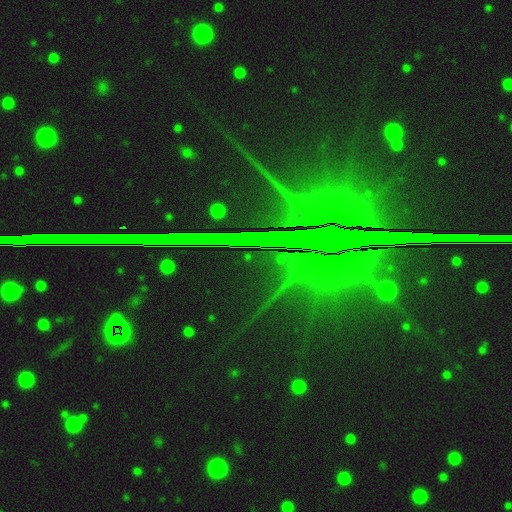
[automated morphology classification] A star or artifact, not a galaxy (84%).